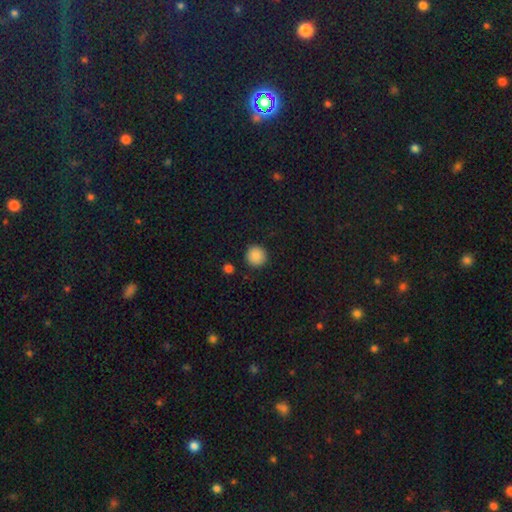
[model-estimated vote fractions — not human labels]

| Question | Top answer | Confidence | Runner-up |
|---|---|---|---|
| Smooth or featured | smooth | 88% | star or artifact (9%) |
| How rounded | round | 95% | in between (4%) |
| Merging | none | 91% | minor disturbance (5%) |